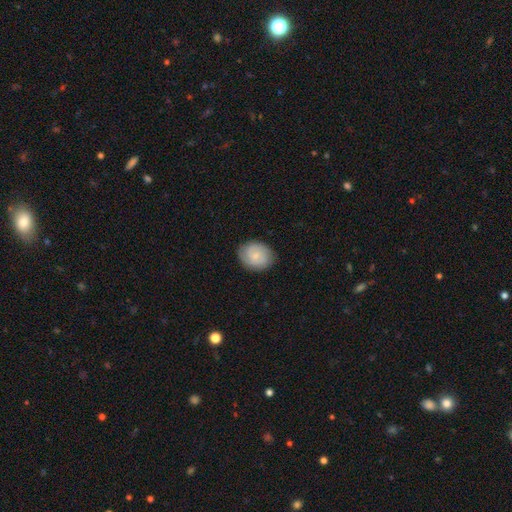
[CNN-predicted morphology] smooth-or-featured: smooth: 57% | featured or disk: 36% | star or artifact: 7%
  how-rounded: round: 50% | in between: 49% | cigar-shaped: 1%
  merging: none: 82% | minor disturbance: 14% | major disturbance: 3% | merger: 1%